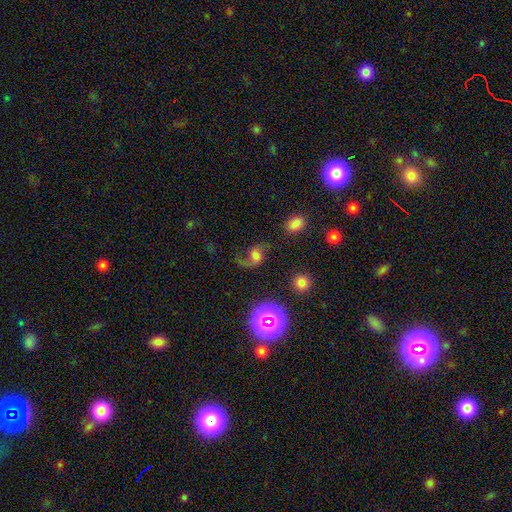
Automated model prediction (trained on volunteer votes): Morphology: type=featured or disk (54%); edge-on=no (96%); bar=no (58%); spiral arms=yes (88%); bulge=moderate (43%); merging=none (50%).